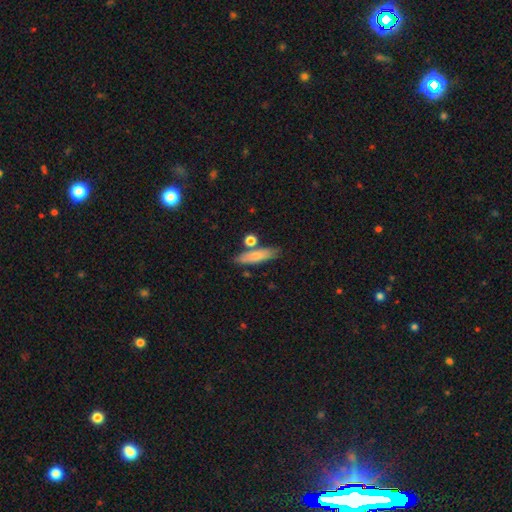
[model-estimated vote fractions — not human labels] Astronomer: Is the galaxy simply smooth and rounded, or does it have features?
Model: smooth — 73%.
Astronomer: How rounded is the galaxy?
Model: cigar-shaped — 63%.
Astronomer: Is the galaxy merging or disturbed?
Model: none — 71%.